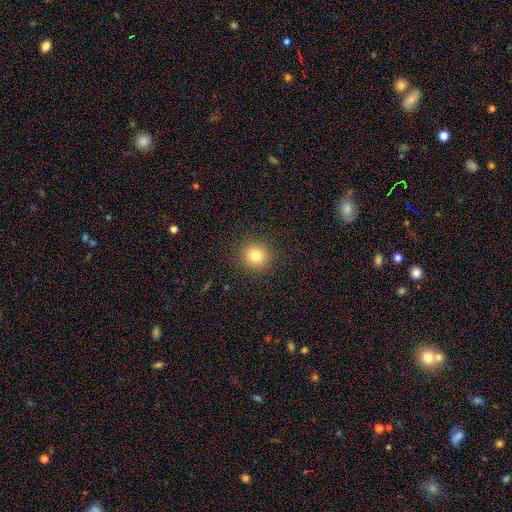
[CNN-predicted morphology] smooth 80%, star or artifact 13%, featured or disk 7%. Down the decision tree: how rounded — round (90%); merging — none (90%).